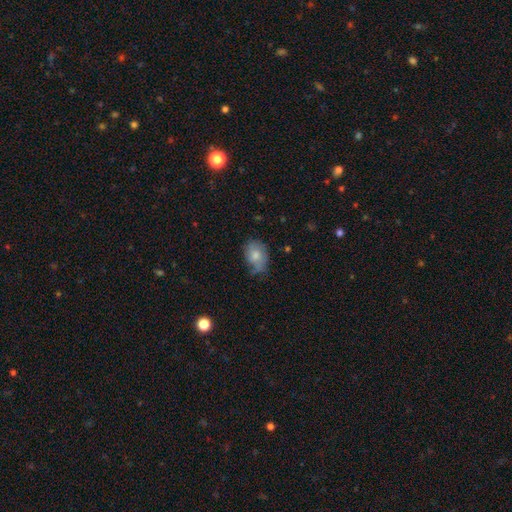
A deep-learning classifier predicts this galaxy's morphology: Smooth or featured?
  - smooth: 74% *
  - featured or disk: 18%
  - star or artifact: 8%
How rounded?
  - in between: 76% *
  - round: 23%
  - cigar-shaped: 1%
Merging?
  - none: 49% *
  - minor disturbance: 37%
  - major disturbance: 11%
  - merger: 3%